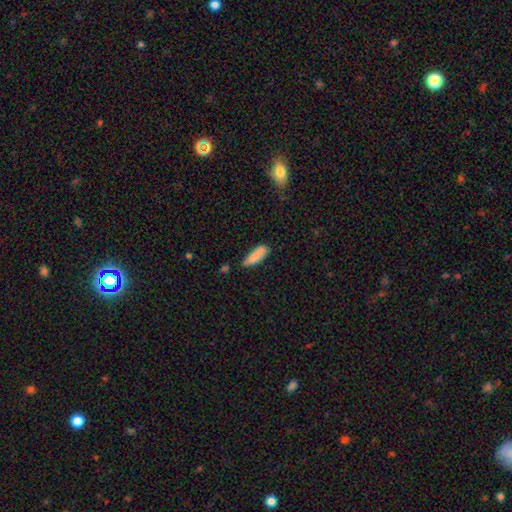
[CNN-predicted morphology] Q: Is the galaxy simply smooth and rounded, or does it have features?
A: smooth — 84%.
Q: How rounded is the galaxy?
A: cigar-shaped — 52%.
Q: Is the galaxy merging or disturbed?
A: none — 62%.